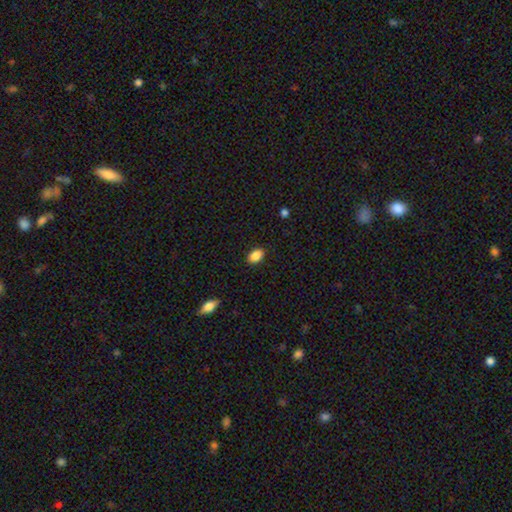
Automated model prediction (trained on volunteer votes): The model was most divided on "how rounded": in between: 86%, round: 13%, cigar-shaped: 1%. More confident: merging — none (89%); smooth or featured — smooth (88%).